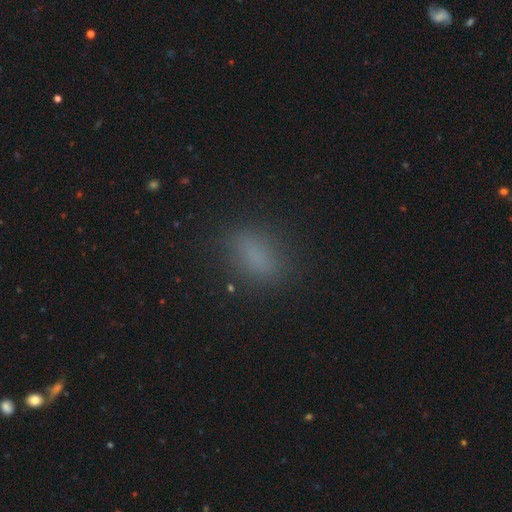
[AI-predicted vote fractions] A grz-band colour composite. It shows a smooth galaxy with no disk features (78%) that is in between round and cigar-shaped (76%). Merging: none (81%).